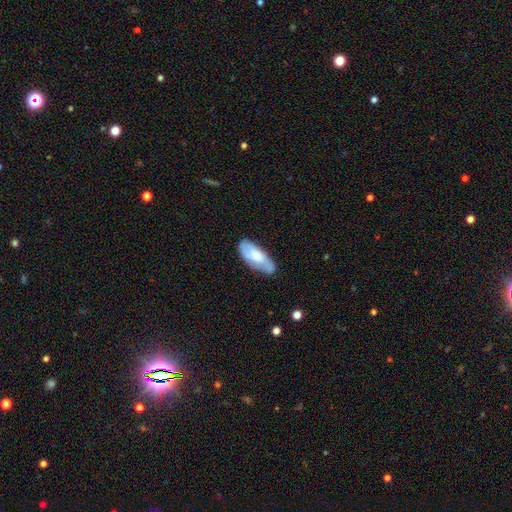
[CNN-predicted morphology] Smooth or featured?
  - smooth: 59% *
  - featured or disk: 35%
  - star or artifact: 6%
How rounded?
  - in between: 81% *
  - cigar-shaped: 17%
  - round: 2%
Merging?
  - none: 61% *
  - minor disturbance: 29%
  - major disturbance: 8%
  - merger: 3%